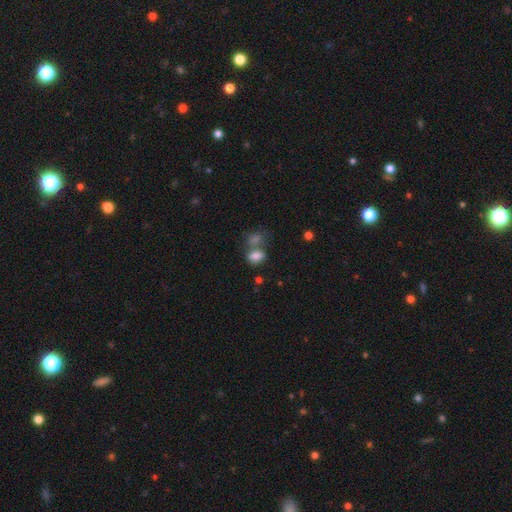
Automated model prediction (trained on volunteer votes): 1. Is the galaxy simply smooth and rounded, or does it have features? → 80% smooth, 11% star or artifact, 8% featured or disk.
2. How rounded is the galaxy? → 84% in between, 14% round, 2% cigar-shaped.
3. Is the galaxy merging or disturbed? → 43% merger, 38% none, 12% minor disturbance, 7% major disturbance.